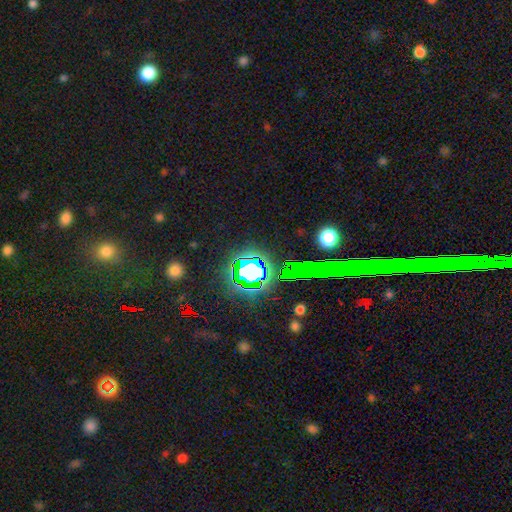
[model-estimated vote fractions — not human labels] Smooth or featured: star or artifact — 77% (smooth — 15%)